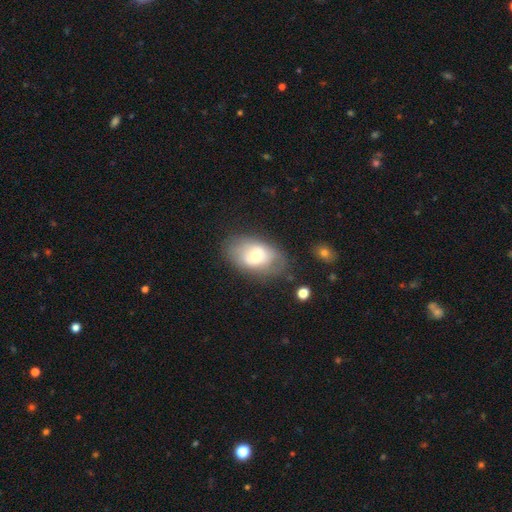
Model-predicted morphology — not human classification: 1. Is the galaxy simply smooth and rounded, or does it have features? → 56% smooth, 36% featured or disk, 8% star or artifact.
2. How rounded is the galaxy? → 86% in between, 12% round, 2% cigar-shaped.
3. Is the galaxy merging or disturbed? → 70% none, 20% minor disturbance, 8% major disturbance, 3% merger.